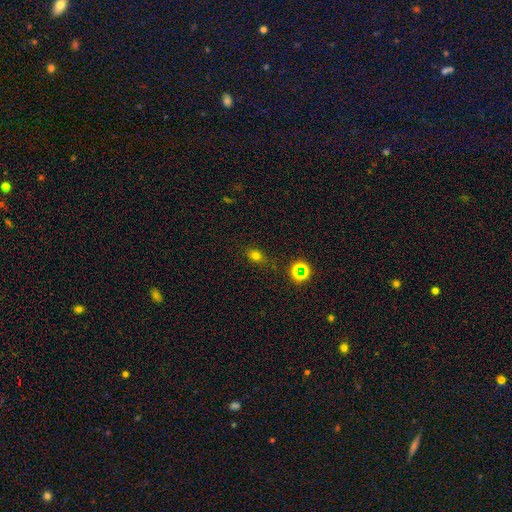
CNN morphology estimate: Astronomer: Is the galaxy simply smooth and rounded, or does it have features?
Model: smooth — 69%.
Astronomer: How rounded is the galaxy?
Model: in between — 60% (runner-up: round, 38%).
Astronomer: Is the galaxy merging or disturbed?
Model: none — 81%.